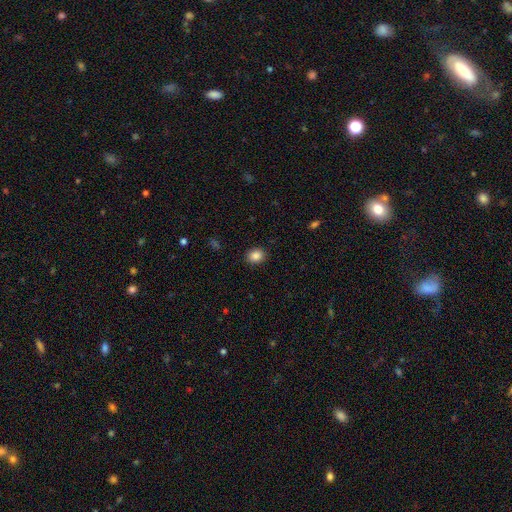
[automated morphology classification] Overall: smooth (86%). How rounded: round (57%; in between 42%). Merging: none (90%).